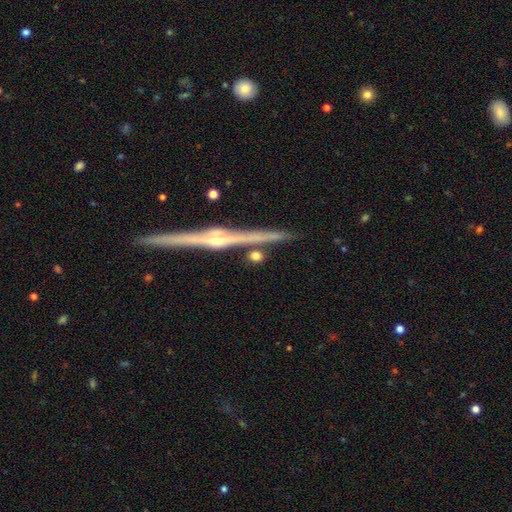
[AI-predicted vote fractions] Overall: smooth (49%; featured or disk 39%). Merging: none (78%).